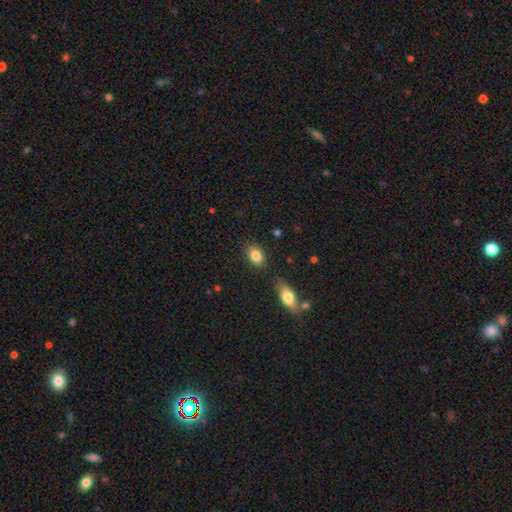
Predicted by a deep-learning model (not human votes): Q: Smooth or featured?
A: smooth (85%); runner-up: star or artifact (8%)
Q: How rounded?
A: in between (80%); runner-up: round (18%)
Q: Merging?
A: none (83%); runner-up: minor disturbance (11%)